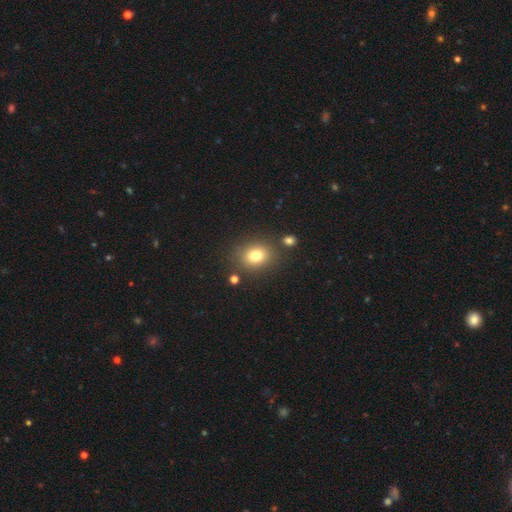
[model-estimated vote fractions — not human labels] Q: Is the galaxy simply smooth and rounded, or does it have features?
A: smooth — 78%.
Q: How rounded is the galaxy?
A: round — 54%.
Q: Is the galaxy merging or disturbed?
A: none — 81%.